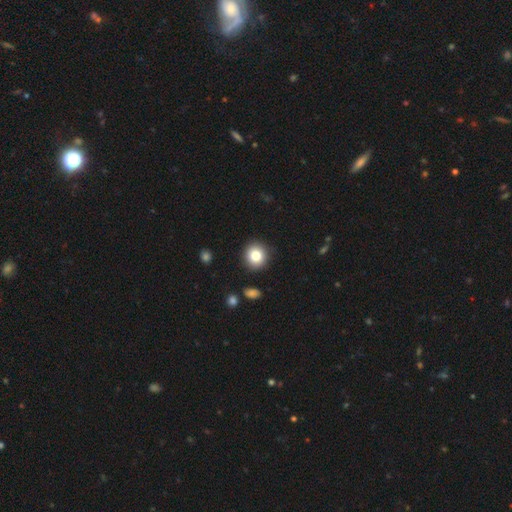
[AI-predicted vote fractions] Q: Smooth or featured?
A: smooth (81%); runner-up: star or artifact (10%)
Q: How rounded?
A: round (89%); runner-up: in between (10%)
Q: Merging?
A: none (89%); runner-up: minor disturbance (7%)